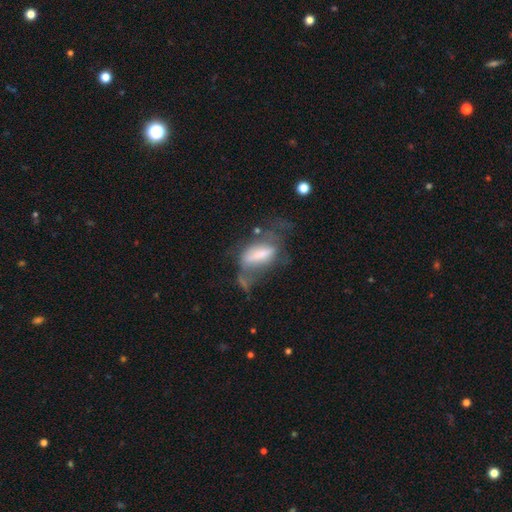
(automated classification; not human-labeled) Smooth or featured?
  - featured or disk: 46% *
  - smooth: 43%
  - star or artifact: 11%
Merging?
  - major disturbance: 42% *
  - none: 25%
  - minor disturbance: 22%
  - merger: 11%